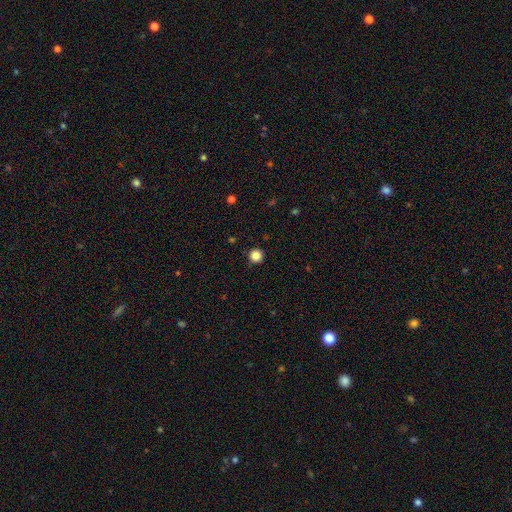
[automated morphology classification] A smooth galaxy with no disk features (86%) that is round (96%). Merging: none (92%).